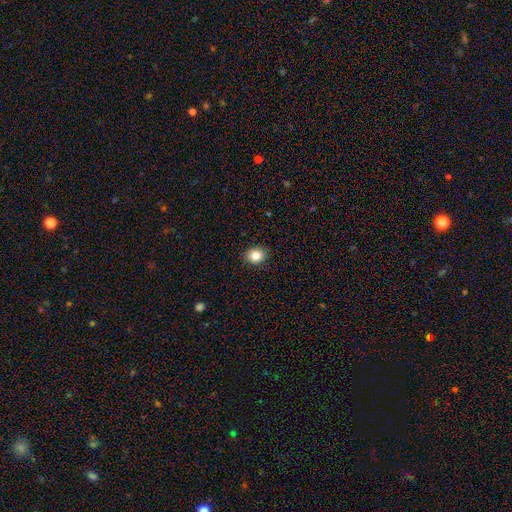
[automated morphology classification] A smooth galaxy with no disk features (85%) that is round (60%). Merging: none (89%).